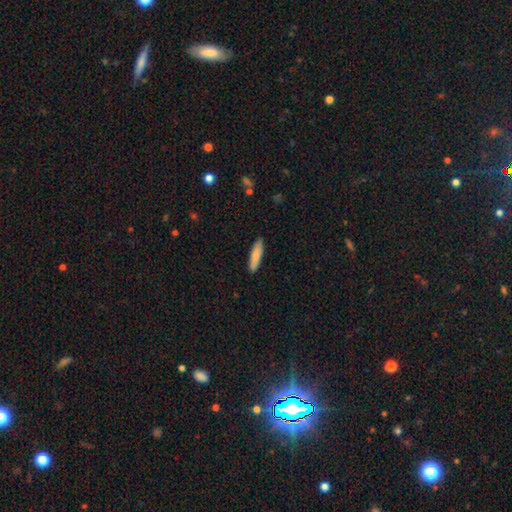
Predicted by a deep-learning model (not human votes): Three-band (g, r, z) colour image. It shows a smooth galaxy with no disk features (83%) that is cigar-shaped (75%). Merging: none (87%).